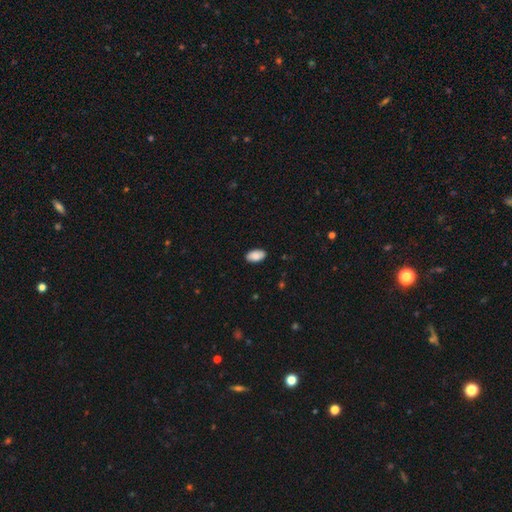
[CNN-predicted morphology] This appears to be a smooth galaxy with no disk features (87%) that is in between round and cigar-shaped (95%). Merging: none (88%).